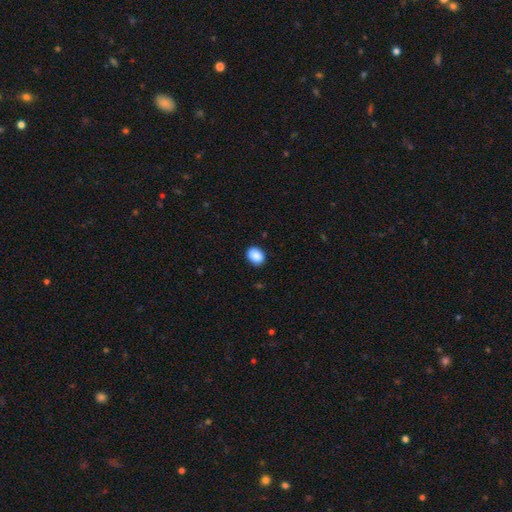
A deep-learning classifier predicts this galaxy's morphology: A smooth galaxy with no disk features (89%) that is in between round and cigar-shaped (63%). Merging: none (86%).